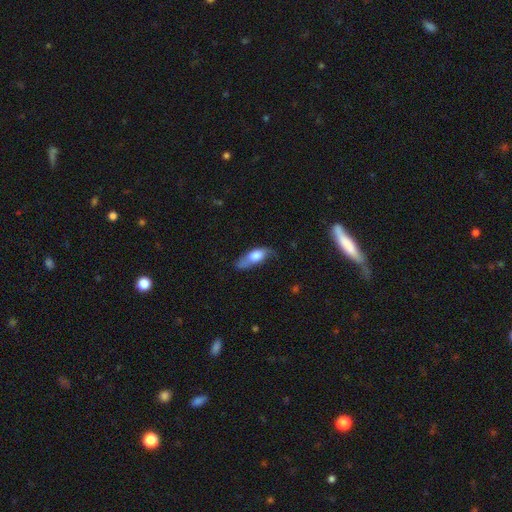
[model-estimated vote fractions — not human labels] Smooth or featured? Predicted: smooth (p=0.63). How rounded? Predicted: in between (p=0.68). Merging? Predicted: none (p=0.49).